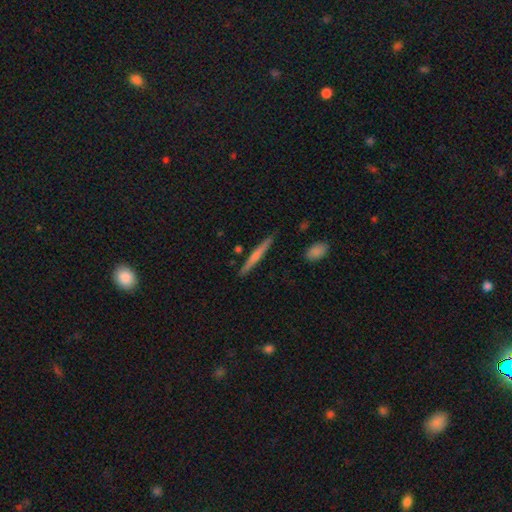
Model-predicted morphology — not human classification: Smooth or featured? featured or disk (51%)
Edge-on disk? yes (97%)
Merging? none (89%)